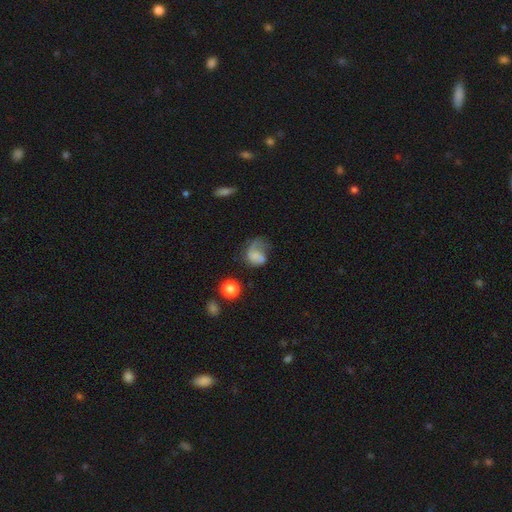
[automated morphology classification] Q: Smooth or featured?
A: smooth (53%); runner-up: featured or disk (35%)
Q: How rounded?
A: in between (51%); runner-up: round (48%)
Q: Merging?
A: major disturbance (42%); runner-up: none (27%)